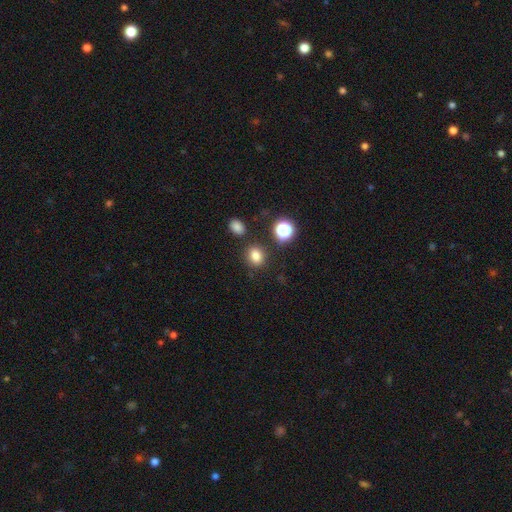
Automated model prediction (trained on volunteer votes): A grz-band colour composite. It shows a smooth galaxy with no disk features (79%) that is round (60%). Merging: none (81%).